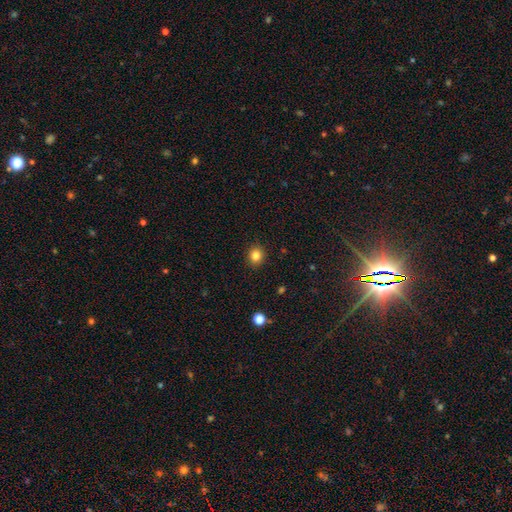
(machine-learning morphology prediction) Q: Smooth or featured?
A: smooth (83%); runner-up: star or artifact (12%)
Q: How rounded?
A: round (78%); runner-up: in between (21%)
Q: Merging?
A: none (91%); runner-up: minor disturbance (6%)